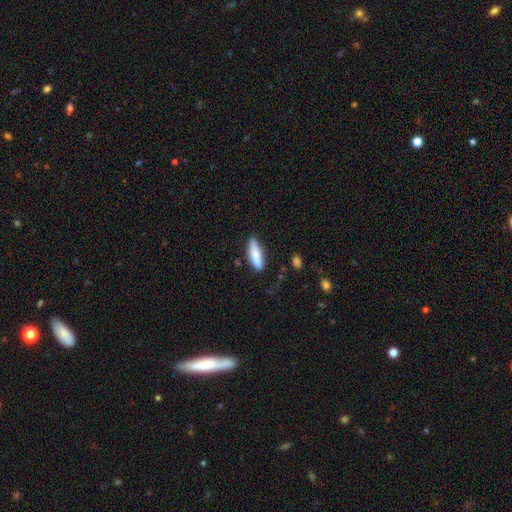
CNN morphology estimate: Smooth or featured: smooth — 82% (featured or disk — 12%)
How rounded: cigar-shaped — 56% (in between — 42%)
Merging: none — 75% (minor disturbance — 18%)